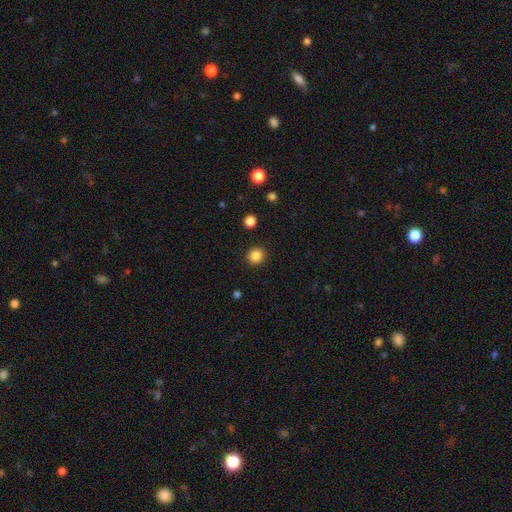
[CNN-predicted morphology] The model was most divided on "smooth or featured": smooth: 85%, star or artifact: 11%, featured or disk: 4%. More confident: merging — none (92%); how rounded — round (92%).